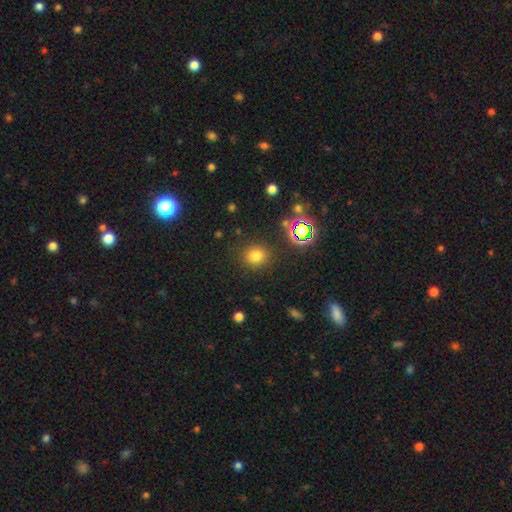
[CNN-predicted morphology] A smooth galaxy with no disk features (73%) that is round (83%). Merging: none (85%).